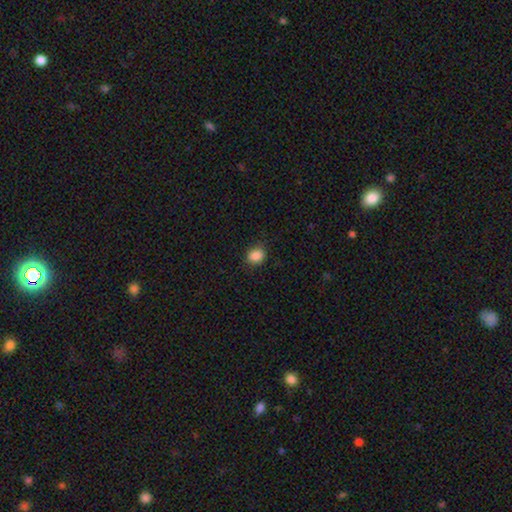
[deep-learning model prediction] Smooth or featured?
  - smooth: 87% *
  - star or artifact: 10%
  - featured or disk: 3%
How rounded?
  - round: 59% *
  - in between: 40%
  - cigar-shaped: 1%
Merging?
  - none: 85% *
  - minor disturbance: 12%
  - major disturbance: 3%
  - merger: 1%